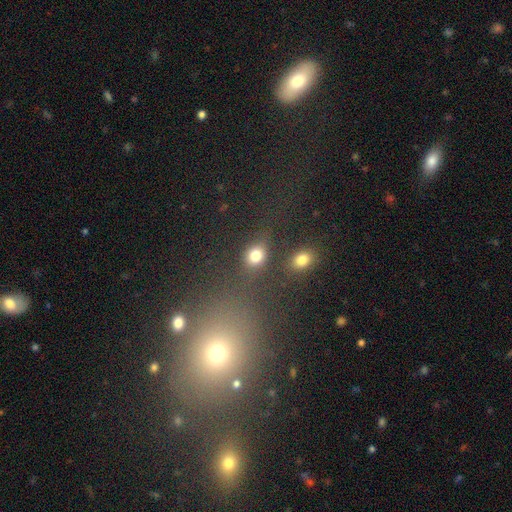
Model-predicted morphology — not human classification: smooth-or-featured: smooth: 78% | star or artifact: 14% | featured or disk: 8%
  how-rounded: round: 54% | in between: 44% | cigar-shaped: 2%
  merging: none: 71% | minor disturbance: 14% | merger: 9% | major disturbance: 6%